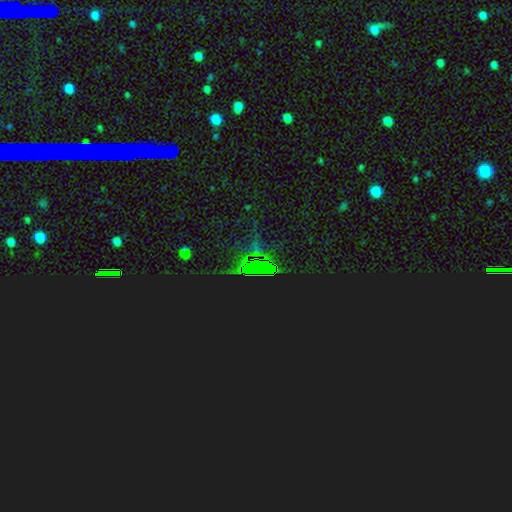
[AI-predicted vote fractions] Morphology: type=star or artifact (81%).